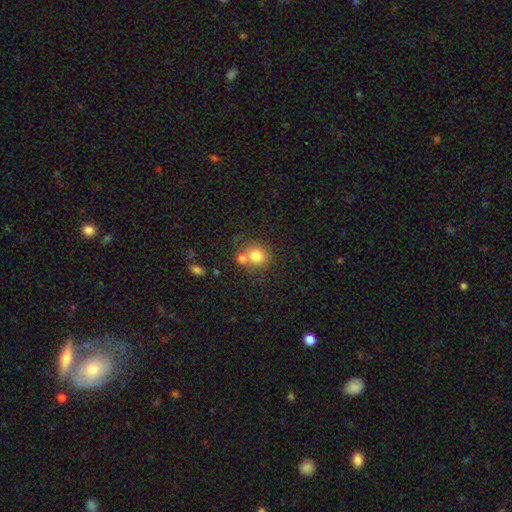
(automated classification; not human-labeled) This is likely a smooth galaxy (78%). How rounded: likely round (80%). Merging: possibly none (56%).